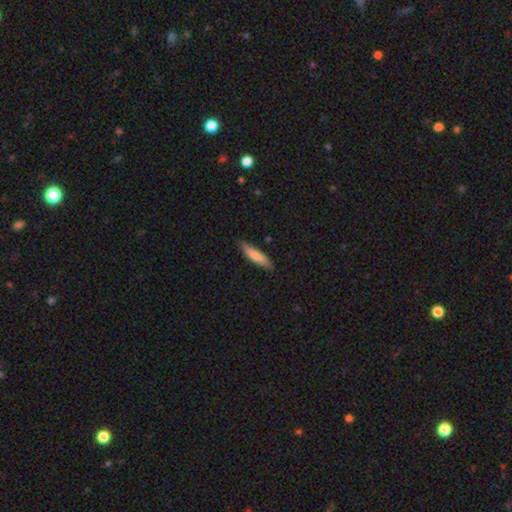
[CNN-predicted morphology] type=smooth (78%); roundness=cigar-shaped (77%); merging=none (83%).